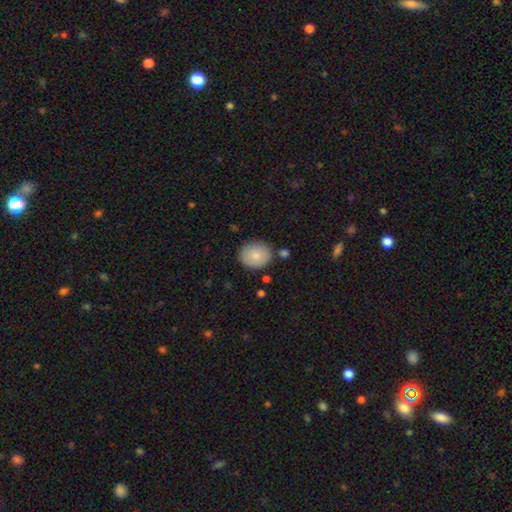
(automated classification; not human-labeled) smooth 83%, featured or disk 10%, star or artifact 7%. Down the decision tree: how rounded — round (75%); merging — none (82%).